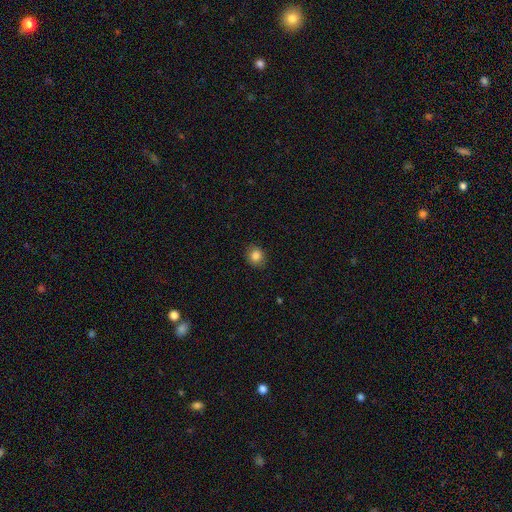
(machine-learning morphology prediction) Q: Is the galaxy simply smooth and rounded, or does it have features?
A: smooth — 85%.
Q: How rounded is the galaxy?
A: round — 76%.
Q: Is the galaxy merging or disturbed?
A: none — 87%.